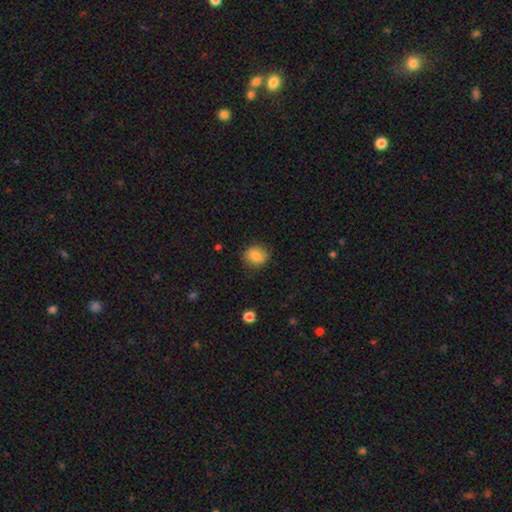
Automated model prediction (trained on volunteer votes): Smooth or featured? smooth (85%)
How rounded? round (74%)
Merging? none (85%)